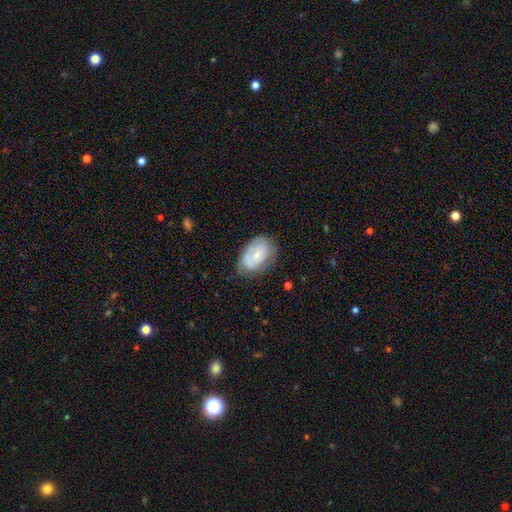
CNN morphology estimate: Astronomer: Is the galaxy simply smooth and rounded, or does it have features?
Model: featured or disk — 51% (runner-up: smooth, 42%).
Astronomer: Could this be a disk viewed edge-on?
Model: no — 95%.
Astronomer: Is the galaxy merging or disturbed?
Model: none — 60%.